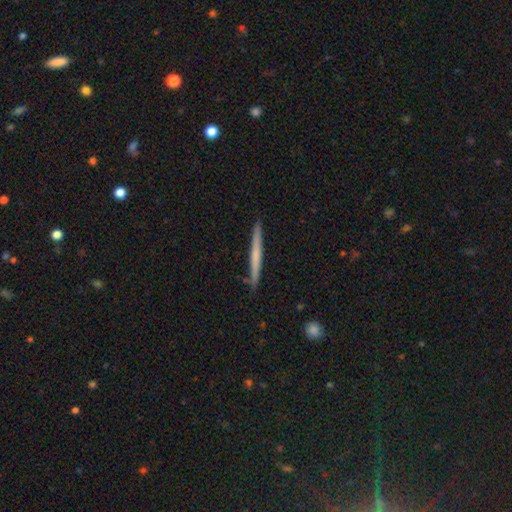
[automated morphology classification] This is possibly a smooth galaxy (50%). Merging: clearly none (89%).